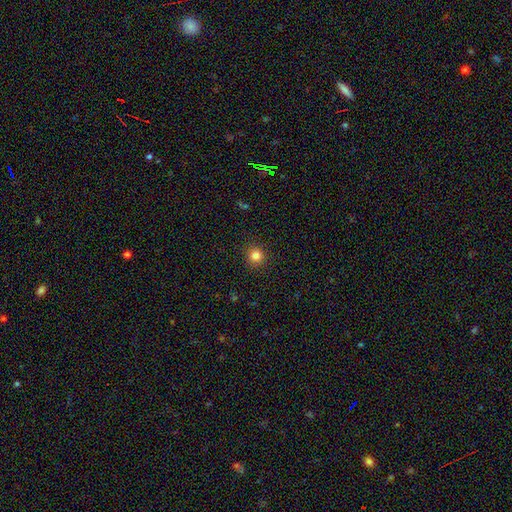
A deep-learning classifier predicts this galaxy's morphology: This is clearly a smooth galaxy (83%). How rounded: clearly round (91%). Merging: clearly none (90%).